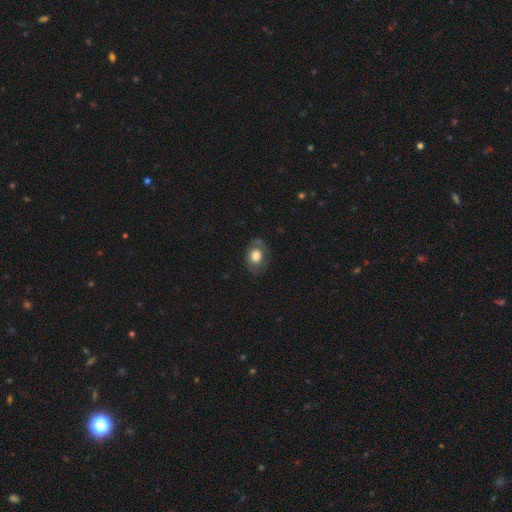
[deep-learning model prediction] Smooth or featured? smooth (70%)
How rounded? in between (59%)
Merging? none (72%)